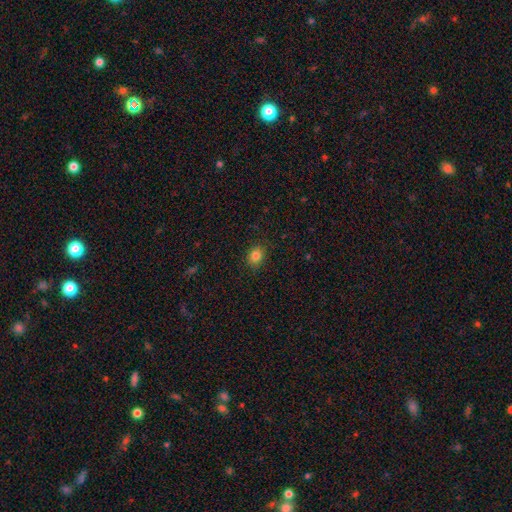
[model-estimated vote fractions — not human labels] Smooth or featured? smooth (83%)
How rounded? round (55%)
Merging? none (87%)